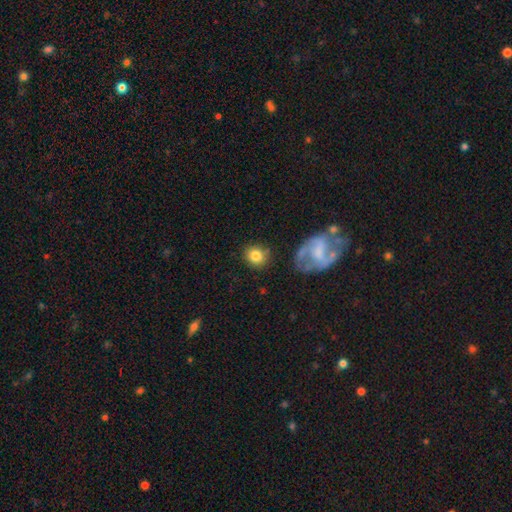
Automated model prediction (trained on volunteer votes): smooth_or_featured: smooth (p=0.79) [alt: featured or disk p=0.13]
how_rounded: round (p=0.86) [alt: in between p=0.13]
merging: none (p=0.80) [alt: minor disturbance p=0.11]